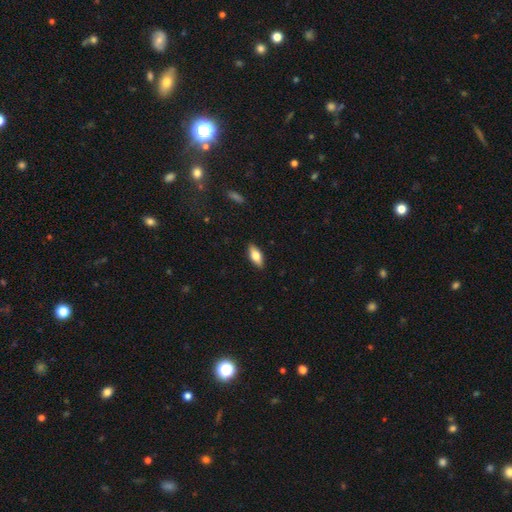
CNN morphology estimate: Smooth or featured?
  - smooth: 71% *
  - featured or disk: 23%
  - star or artifact: 6%
How rounded?
  - in between: 80% *
  - cigar-shaped: 18%
  - round: 3%
Merging?
  - none: 89% *
  - minor disturbance: 9%
  - major disturbance: 2%
  - merger: 1%